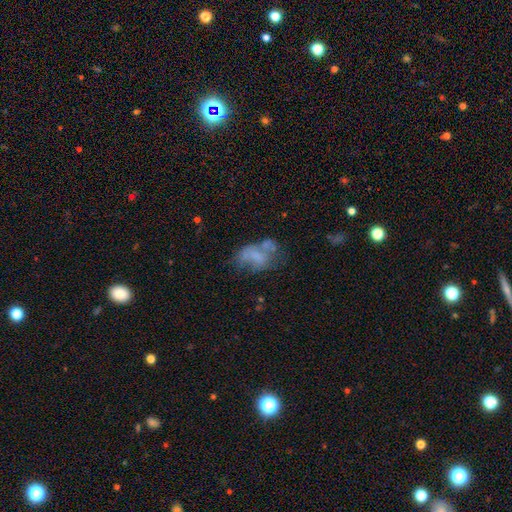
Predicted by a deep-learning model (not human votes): Morphology: type=smooth (44%); merging=none (27%, tied with major disturbance).